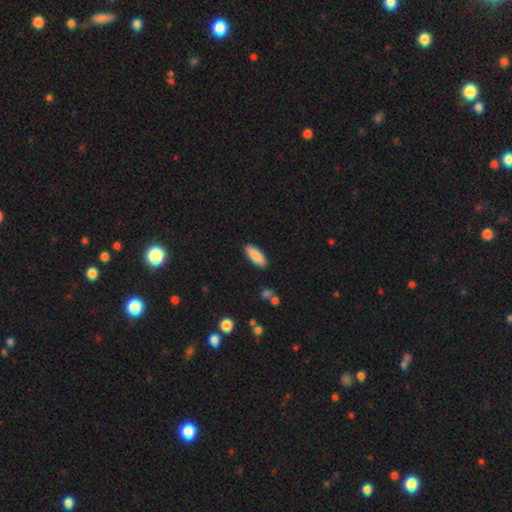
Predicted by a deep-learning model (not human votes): Overall: smooth (87%). How rounded: in between (70%). Merging: none (88%).